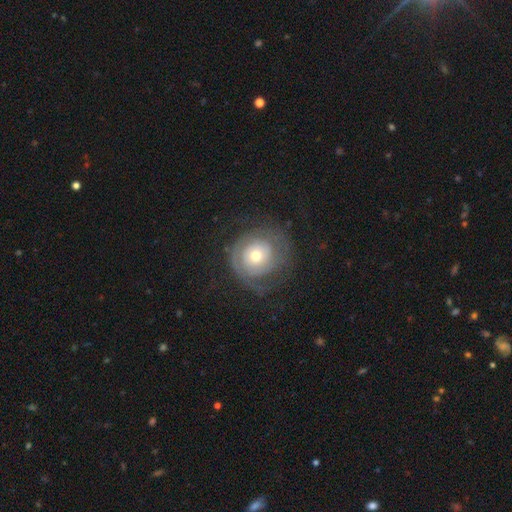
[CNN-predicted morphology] This is likely a featured or disk galaxy (61%). It is clearly not viewed edge-on (96%). Bar: clearly no (85%). Spiral arm pattern: likely yes (68%). Central bulge: possibly moderate (60%). Merging: likely none (62%).